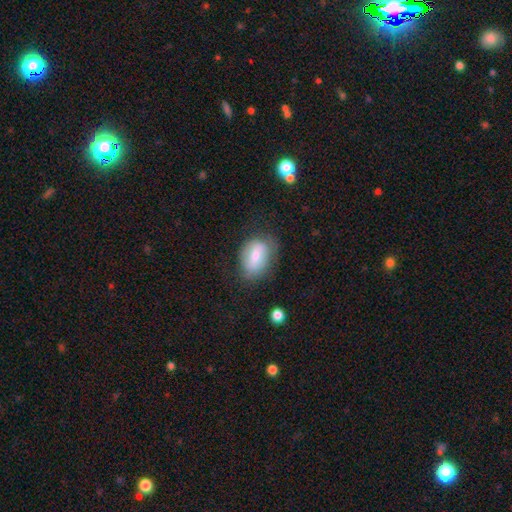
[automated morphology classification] Smooth or featured? smooth (62%)
How rounded? in between (82%)
Merging? none (66%)